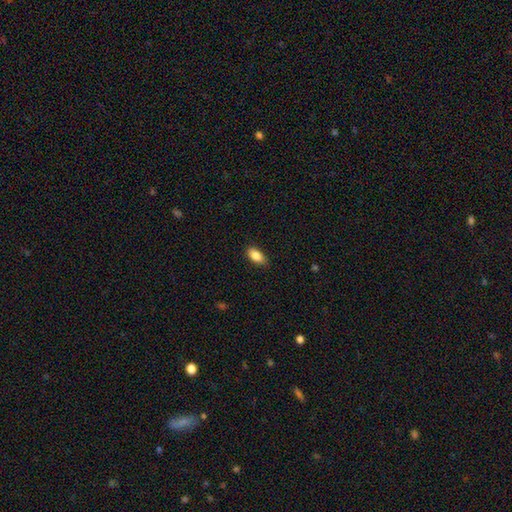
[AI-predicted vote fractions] smooth-or-featured: smooth: 85% | star or artifact: 7% | featured or disk: 7%
  how-rounded: in between: 89% | cigar-shaped: 6% | round: 4%
  merging: none: 84% | minor disturbance: 13% | major disturbance: 2% | merger: 1%